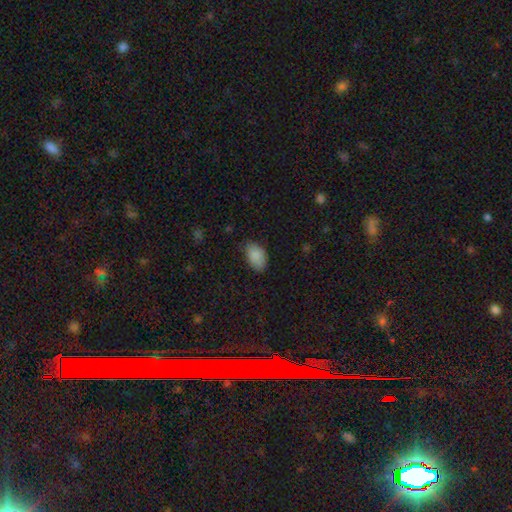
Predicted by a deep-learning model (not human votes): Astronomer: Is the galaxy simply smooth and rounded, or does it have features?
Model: smooth — 88%.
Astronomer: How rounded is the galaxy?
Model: in between — 92%.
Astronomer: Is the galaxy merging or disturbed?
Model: none — 74%.